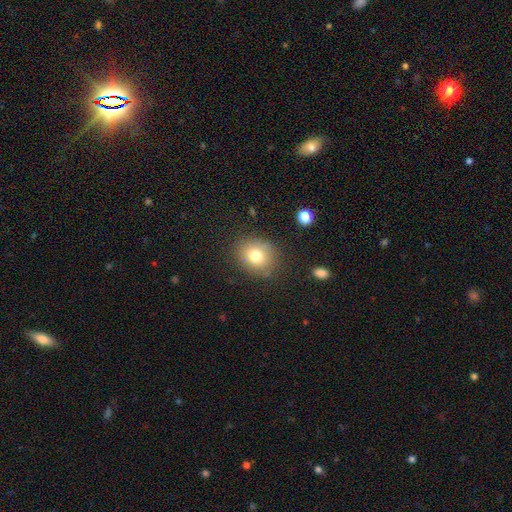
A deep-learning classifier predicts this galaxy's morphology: A smooth galaxy with no disk features (77%) that is round (67%). Merging: none (80%).